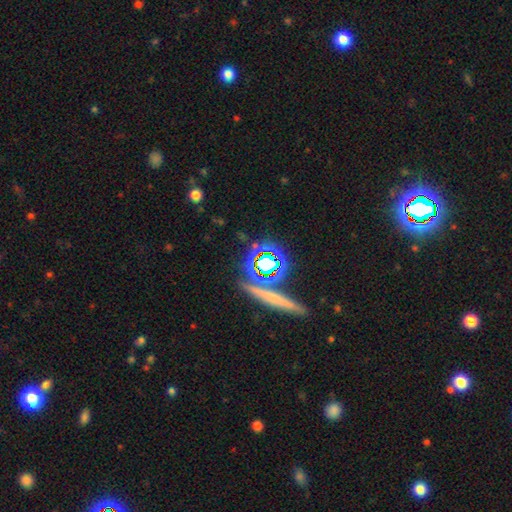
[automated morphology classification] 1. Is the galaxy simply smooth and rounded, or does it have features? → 54% star or artifact, 24% smooth, 22% featured or disk.